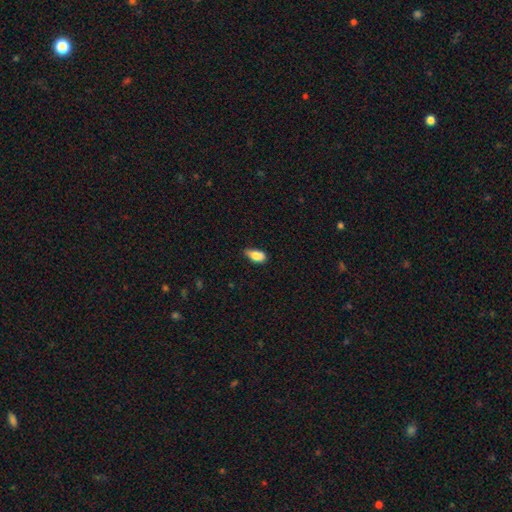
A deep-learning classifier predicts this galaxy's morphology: smooth_or_featured: smooth (p=0.81) [alt: featured or disk p=0.11]
how_rounded: in between (p=0.89) [alt: cigar-shaped p=0.06]
merging: none (p=0.50) [alt: minor disturbance p=0.39]